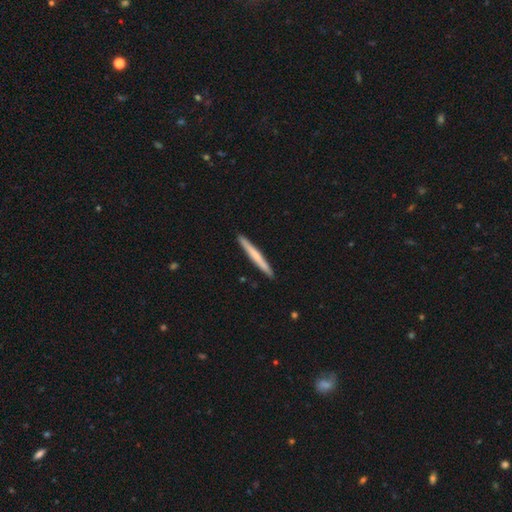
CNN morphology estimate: A smooth galaxy with no disk features (60%) that is cigar-shaped (97%).

Vote fractions:
- Smooth or featured? smooth: 60% / featured or disk: 35% / star or artifact: 5%
- How rounded? cigar-shaped: 97% / in between: 2% / round: 1%
- Merging? none: 93% / minor disturbance: 5% / major disturbance: 1% / merger: 1%